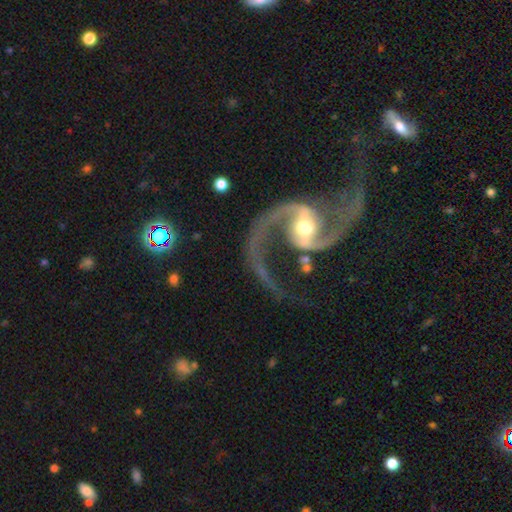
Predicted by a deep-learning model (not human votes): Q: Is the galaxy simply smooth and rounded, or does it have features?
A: featured or disk — 93%.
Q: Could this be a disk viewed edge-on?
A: no — 98%.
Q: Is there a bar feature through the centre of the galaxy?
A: no — 38%.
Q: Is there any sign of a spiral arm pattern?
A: yes — 98%.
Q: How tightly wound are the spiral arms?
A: loose — 49%.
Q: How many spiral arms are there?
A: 2 — 94%.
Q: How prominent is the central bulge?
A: moderate — 60%.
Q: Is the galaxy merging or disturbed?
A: none — 66%.